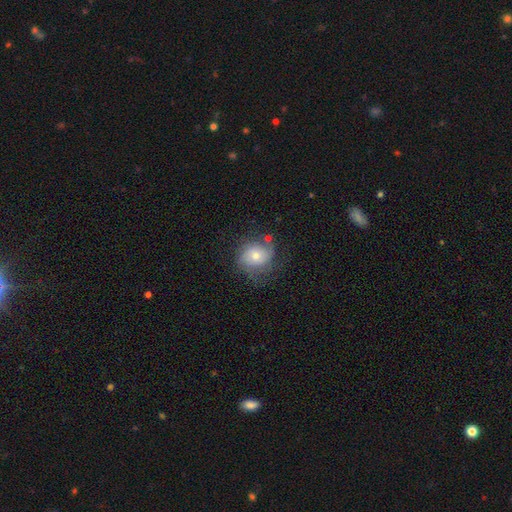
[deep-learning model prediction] This appears to be a smooth galaxy with no disk features (52%) that is round (74%). Merging: none (54%).